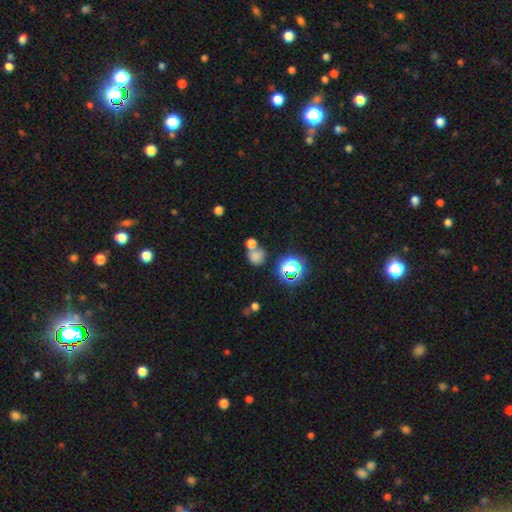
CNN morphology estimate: Smooth or featured: smooth — 70% (star or artifact — 21%)
How rounded: round — 80% (in between — 19%)
Merging: none — 48% (merger — 35%)